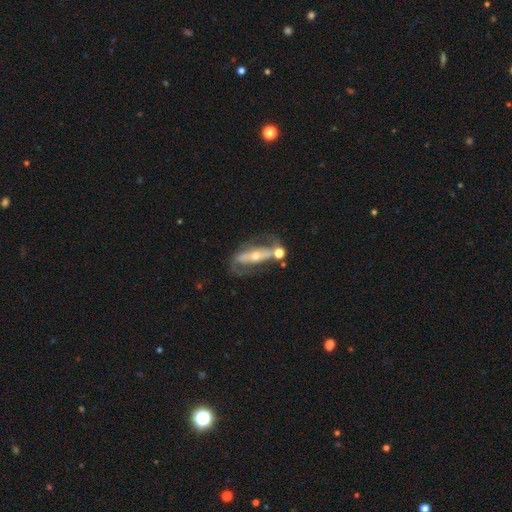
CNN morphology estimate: The model was most divided on "bulge size": moderate: 49%, small: 45%, large: 3%, none: 1%, dominant: 1%. Remaining: edge-on disk — no (84%); smooth or featured — featured or disk (78%); spiral arms — yes (76%); merging — none (52%); bar — strong (49%).